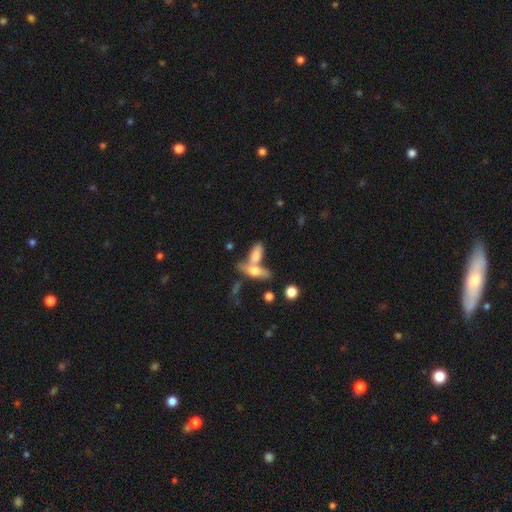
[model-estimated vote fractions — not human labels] smooth 62%, featured or disk 29%, star or artifact 9%. Down the decision tree: how rounded — in between (66%); merging — merger (51%).